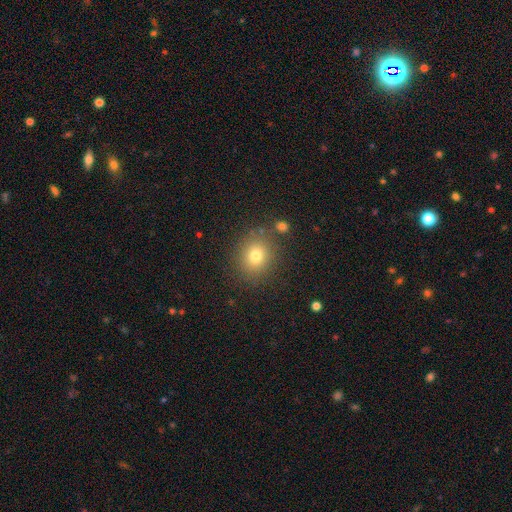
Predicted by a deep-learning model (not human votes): Smooth or featured?
  - smooth: 75% *
  - star or artifact: 15%
  - featured or disk: 10%
How rounded?
  - round: 76% *
  - in between: 23%
  - cigar-shaped: 1%
Merging?
  - none: 84% *
  - minor disturbance: 9%
  - merger: 4%
  - major disturbance: 3%